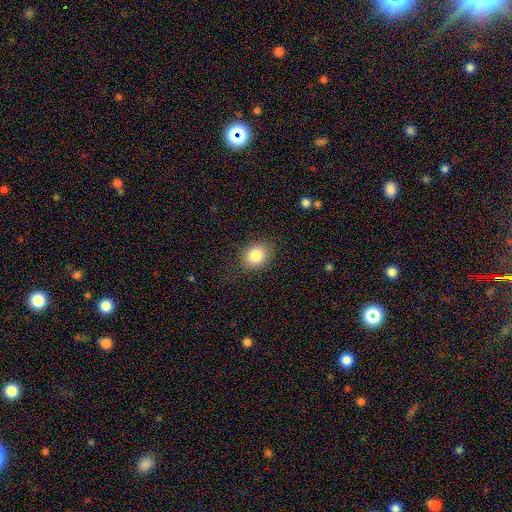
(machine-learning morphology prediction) This is clearly a smooth galaxy (83%). How rounded: possibly round (51%). Merging: clearly none (82%).